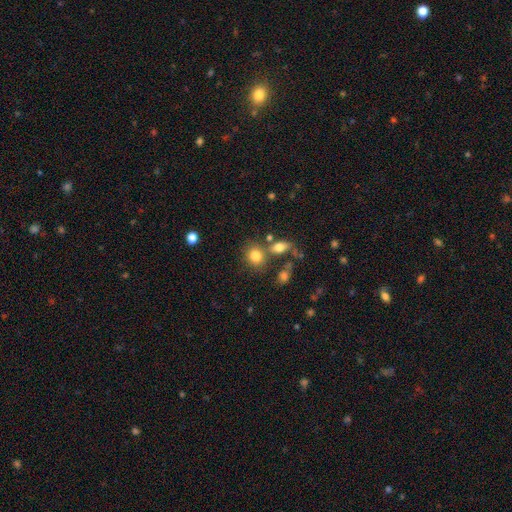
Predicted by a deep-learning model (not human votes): smooth 81%, star or artifact 11%, featured or disk 9%. Down the decision tree: how rounded — round (68%); merging — none (60%).